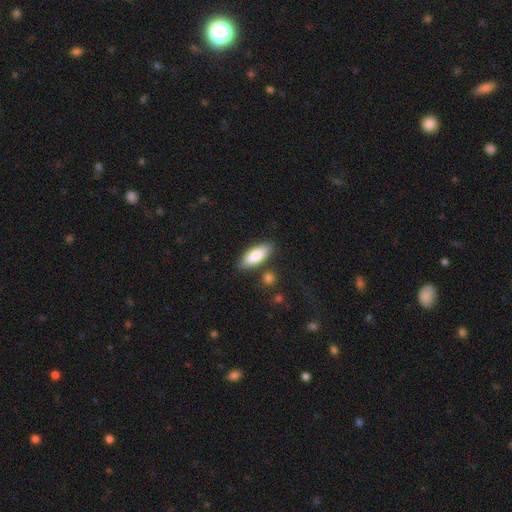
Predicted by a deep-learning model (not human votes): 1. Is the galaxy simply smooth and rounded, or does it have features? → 82% smooth, 12% featured or disk, 6% star or artifact.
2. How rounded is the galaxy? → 71% in between, 27% cigar-shaped, 2% round.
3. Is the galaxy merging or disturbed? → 81% none, 12% minor disturbance, 4% merger, 3% major disturbance.